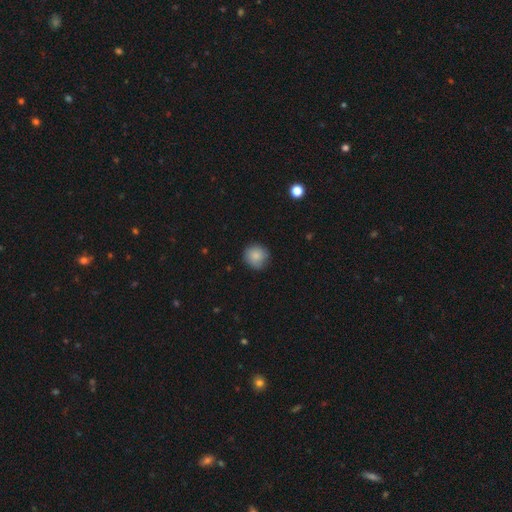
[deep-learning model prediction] smooth-or-featured: smooth: 86% | star or artifact: 8% | featured or disk: 7%
  how-rounded: round: 91% | in between: 8% | cigar-shaped: 1%
  merging: none: 83% | minor disturbance: 14% | major disturbance: 3% | merger: 1%